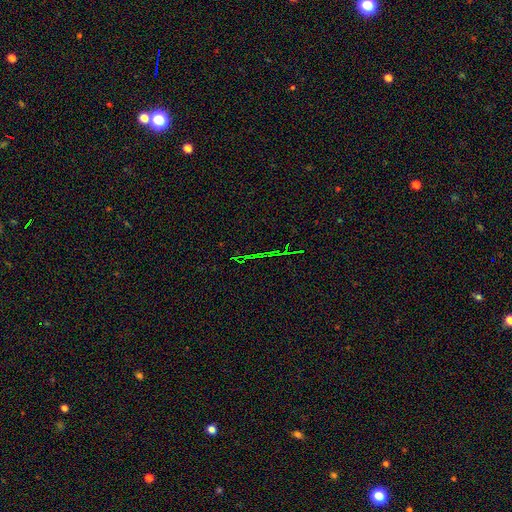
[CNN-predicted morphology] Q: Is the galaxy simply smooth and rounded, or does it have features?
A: star or artifact — 74%.